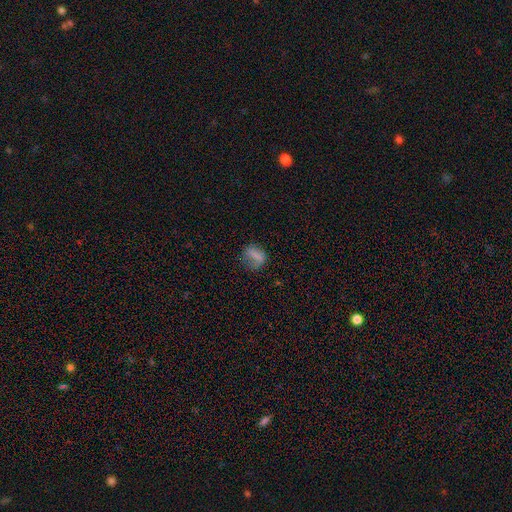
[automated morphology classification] The model was most divided on "how rounded": in between: 49%, round: 44%, cigar-shaped: 8%. More confident: smooth or featured — smooth (68%); merging — none (59%).